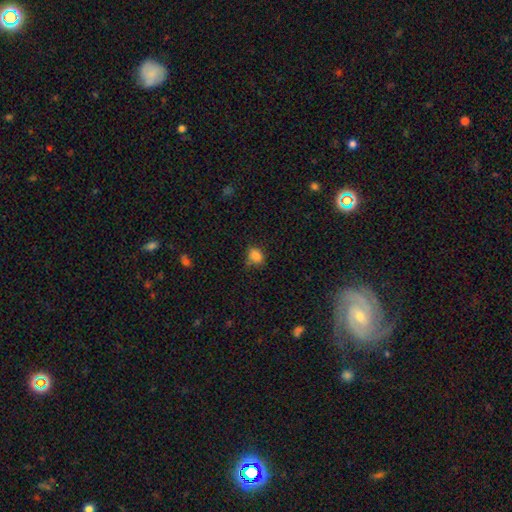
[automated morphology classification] Q: Smooth or featured?
A: smooth (83%); runner-up: star or artifact (12%)
Q: How rounded?
A: in between (53%); runner-up: round (45%)
Q: Merging?
A: none (64%); runner-up: minor disturbance (24%)